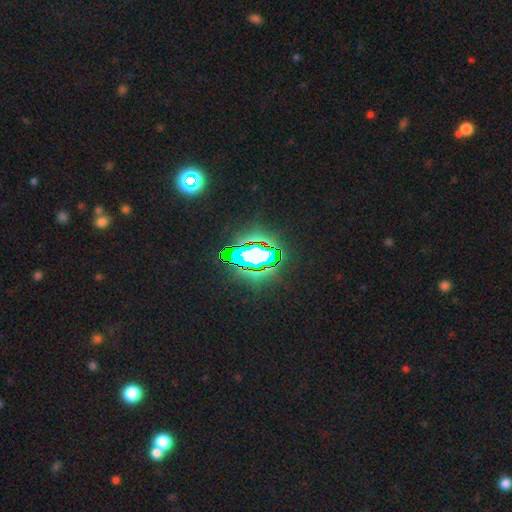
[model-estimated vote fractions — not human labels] The model was most divided on "smooth or featured": star or artifact: 63%, smooth: 19%, featured or disk: 17%.